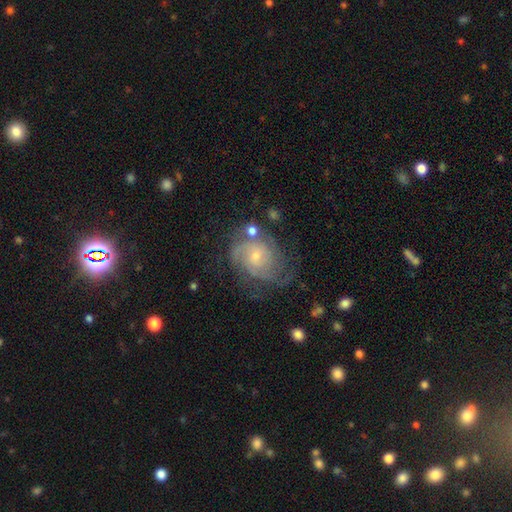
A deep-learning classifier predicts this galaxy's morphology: A featured or disk galaxy (79%) with no bar (67%), tight (53%) spiral arms (92%) and a small central bulge (64%). Merging: none (59%).